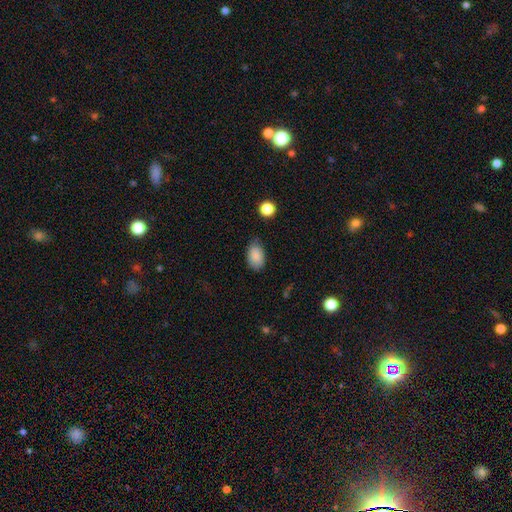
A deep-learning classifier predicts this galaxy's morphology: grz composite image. It shows a smooth galaxy with no disk features (87%) that is in between round and cigar-shaped (87%). Merging: none (72%).